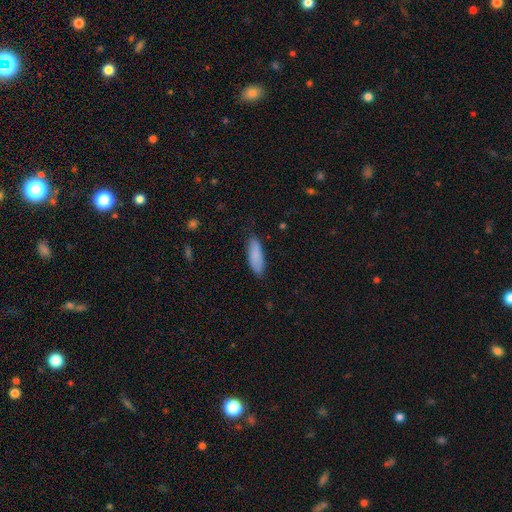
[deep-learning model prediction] Smooth or featured?
  - smooth: 86% *
  - featured or disk: 8%
  - star or artifact: 6%
How rounded?
  - in between: 59% *
  - cigar-shaped: 40%
  - round: 2%
Merging?
  - none: 83% *
  - minor disturbance: 14%
  - major disturbance: 3%
  - merger: 1%